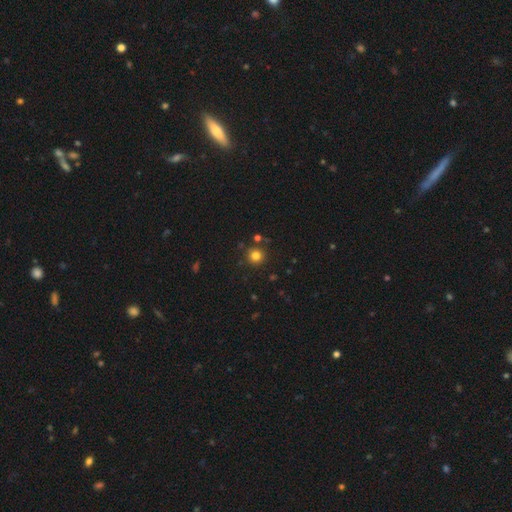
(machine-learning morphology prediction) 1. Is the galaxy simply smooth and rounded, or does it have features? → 80% smooth, 14% star or artifact, 6% featured or disk.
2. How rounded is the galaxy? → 94% round, 5% in between, 1% cigar-shaped.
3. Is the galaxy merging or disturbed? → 85% none, 7% minor disturbance, 5% merger, 2% major disturbance.